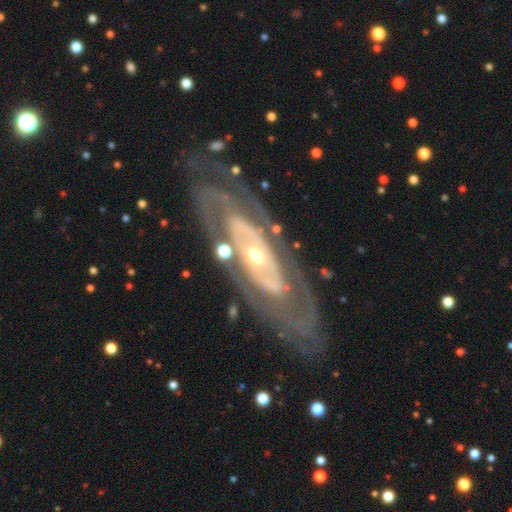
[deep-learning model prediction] The model was most divided on "spiral arm count": 2: 40%, can't tell: 37%, 3: 8%, 1: 6%, 4: 5%, more than 4: 4%. More confident: edge-on disk — no (89%); smooth or featured — featured or disk (85%); bar — no (74%); merging — none (72%); spiral arms — yes (69%); spiral winding — tight (66%); bulge size — moderate (54%).